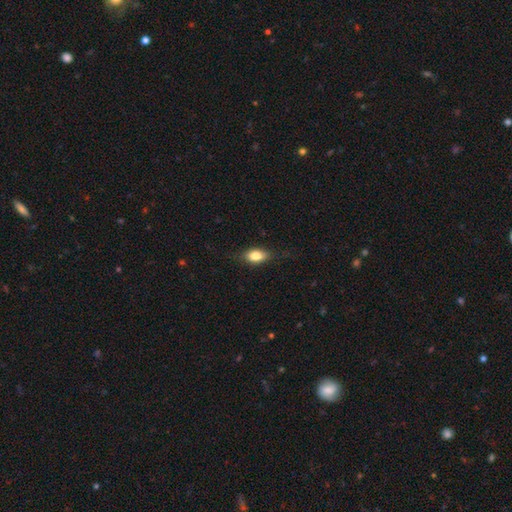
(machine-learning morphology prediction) smooth_or_featured: smooth (p=0.77) [alt: featured or disk p=0.15]
how_rounded: in between (p=0.83) [alt: round p=0.10]
merging: none (p=0.77) [alt: minor disturbance p=0.17]